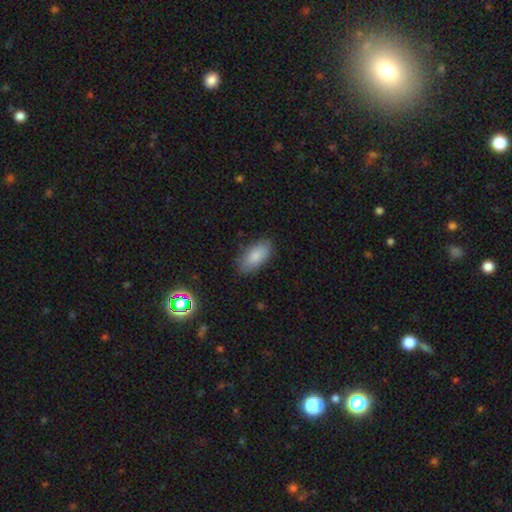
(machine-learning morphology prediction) This is clearly a smooth galaxy (85%). How rounded: clearly in between (91%). Merging: clearly none (83%).